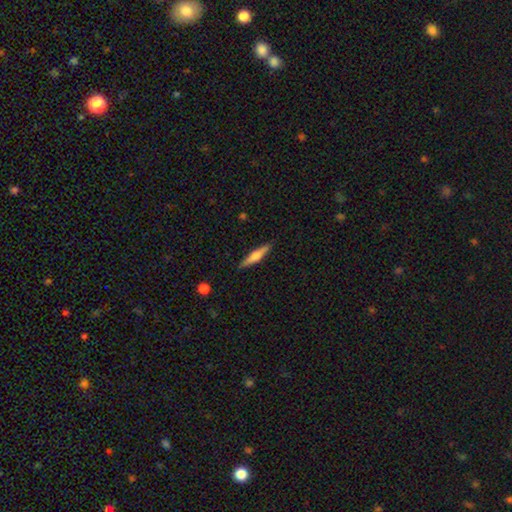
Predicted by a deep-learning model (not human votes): A featured or disk galaxy (47%, tied with smooth). Merging: none (89%).